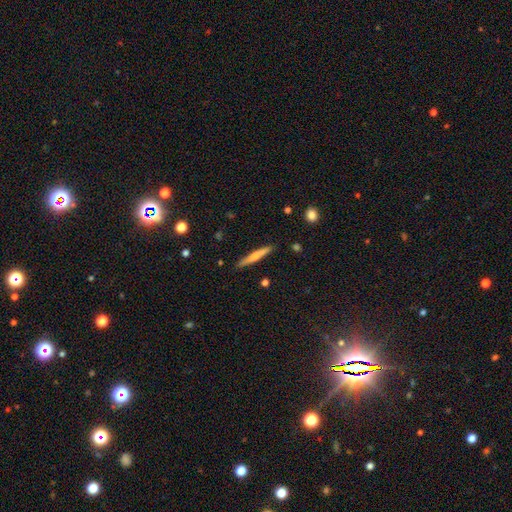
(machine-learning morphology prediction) type=smooth (59%); roundness=cigar-shaped (95%); merging=none (88%).